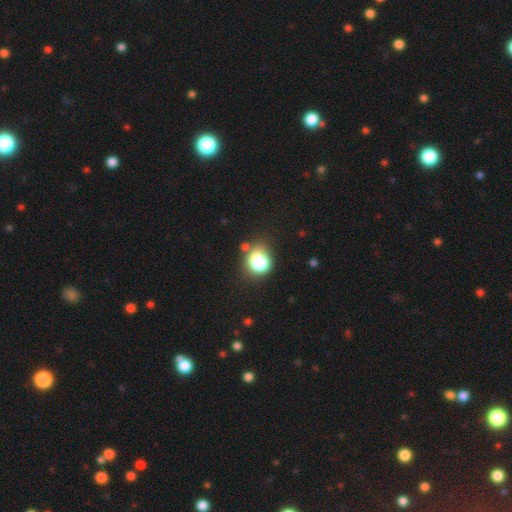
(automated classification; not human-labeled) Morphology: type=smooth (74%); roundness=round (66%); merging=none (51%).